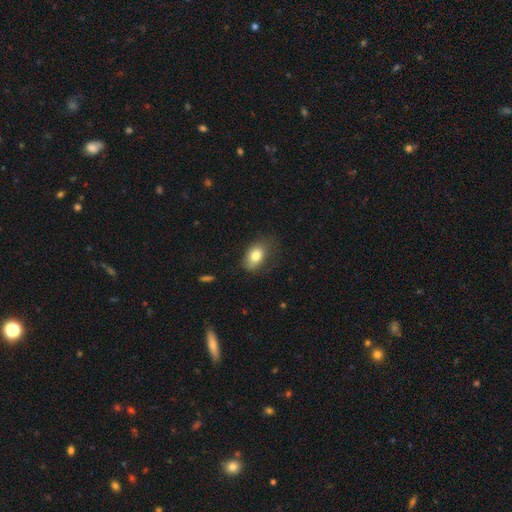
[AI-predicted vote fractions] The model was most divided on "merging": none: 64%, minor disturbance: 26%, major disturbance: 9%, merger: 1%. More confident: how rounded — in between (88%); smooth or featured — smooth (81%).